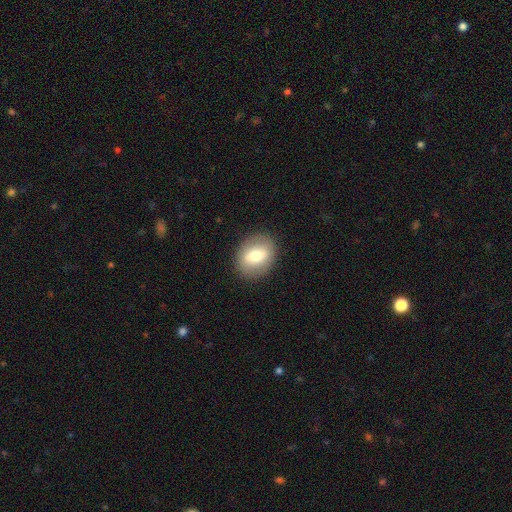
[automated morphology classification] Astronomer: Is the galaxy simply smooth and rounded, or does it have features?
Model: smooth — 65%.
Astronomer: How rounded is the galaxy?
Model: in between — 52% (runner-up: round, 47%).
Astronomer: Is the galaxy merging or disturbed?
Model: none — 87%.